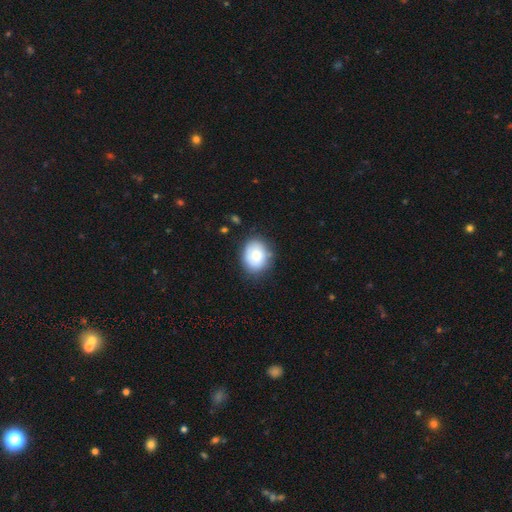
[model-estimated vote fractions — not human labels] The model was most divided on "how rounded": round: 50%, in between: 49%, cigar-shaped: 1%. More confident: smooth or featured — smooth (79%); merging — none (76%).